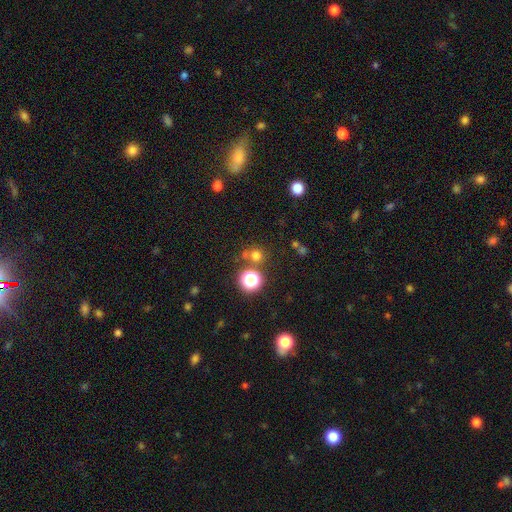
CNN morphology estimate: smooth_or_featured: smooth (p=0.66) [alt: star or artifact p=0.27]
how_rounded: round (p=0.90) [alt: in between p=0.09]
merging: none (p=0.71) [alt: merger p=0.16]